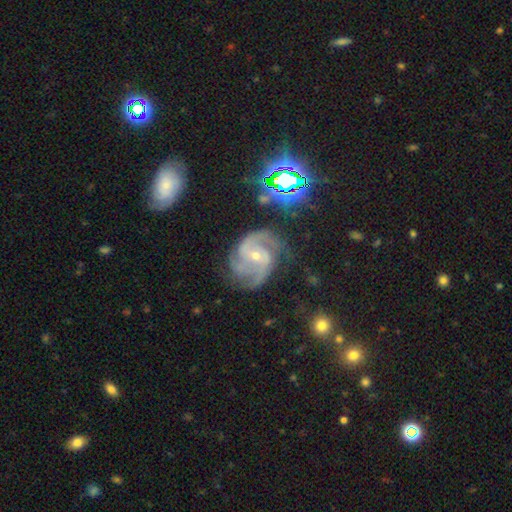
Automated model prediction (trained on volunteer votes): Smooth or featured?
  - featured or disk: 89% *
  - star or artifact: 7%
  - smooth: 4%
Edge-on disk?
  - no: 98% *
  - yes: 2%
Bar?
  - no: 46% *
  - weak: 38%
  - strong: 15%
Spiral arms?
  - yes: 98% *
  - no: 2%
Spiral winding?
  - medium: 53% *
  - tight: 37%
  - loose: 11%
Spiral arm count?
  - 3: 45% *
  - 2: 24%
  - 4: 11%
  - can't tell: 10%
  - more than 4: 5%
  - 1: 5%
Bulge size?
  - small: 64% *
  - moderate: 33%
  - none: 1%
  - large: 1%
  - dominant: 1%
Merging?
  - none: 66% *
  - minor disturbance: 21%
  - major disturbance: 11%
  - merger: 3%